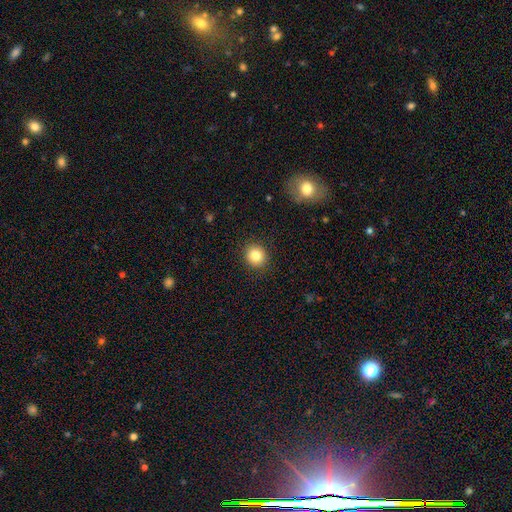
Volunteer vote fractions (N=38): smooth-or-featured: smooth: 87% | star or artifact: 8% | featured or disk: 5%
  how-rounded: round: 73% | in between: 27% | cigar-shaped: 0%
  merging: none: 89% | minor disturbance: 11% | major disturbance: 0% | merger: 0%